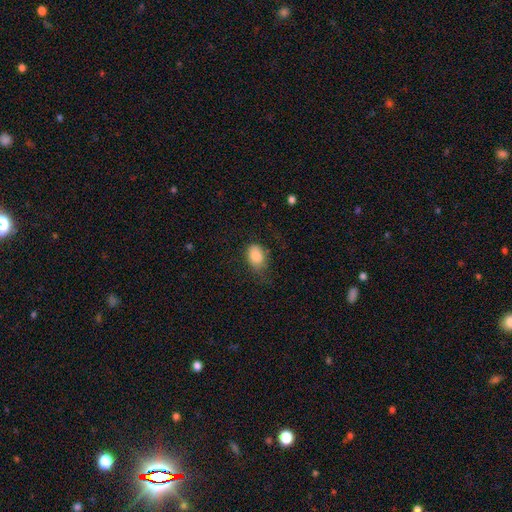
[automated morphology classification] A smooth galaxy with no disk features (82%) that is in between round and cigar-shaped (79%). Merging: none (58%).